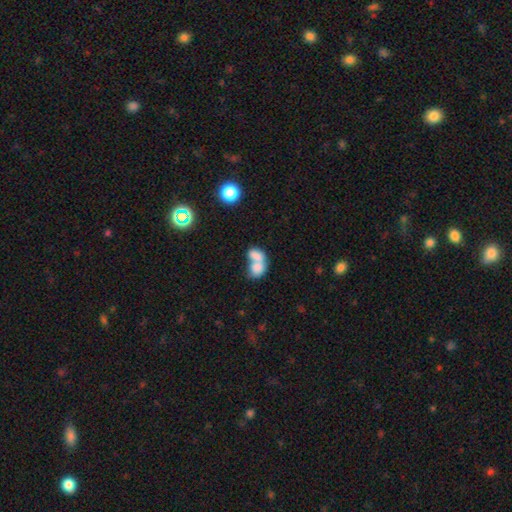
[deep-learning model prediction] Overall: smooth (73%). How rounded: in between (74%). Merging: merger (76%).